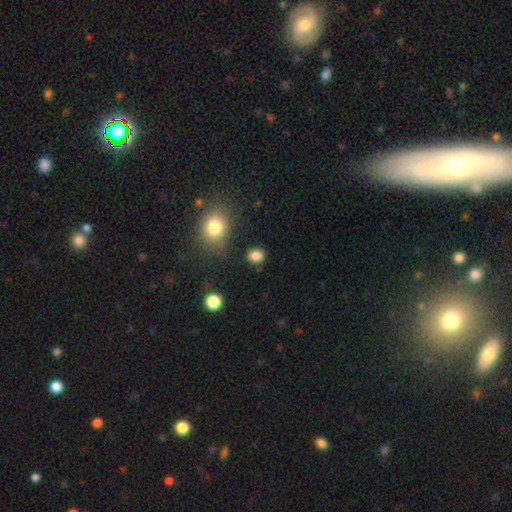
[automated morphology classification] smooth-or-featured: smooth: 85% | star or artifact: 11% | featured or disk: 4%
  how-rounded: round: 62% | in between: 36% | cigar-shaped: 1%
  merging: none: 86% | minor disturbance: 9% | major disturbance: 3% | merger: 3%